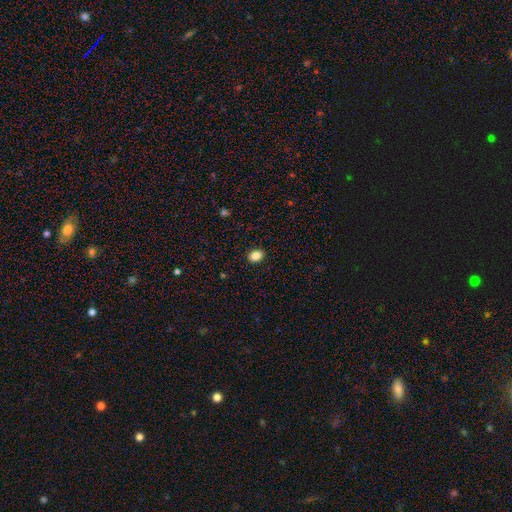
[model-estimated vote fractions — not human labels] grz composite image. It shows a smooth galaxy with no disk features (85%) that is in between round and cigar-shaped (67%). Merging: none (90%).